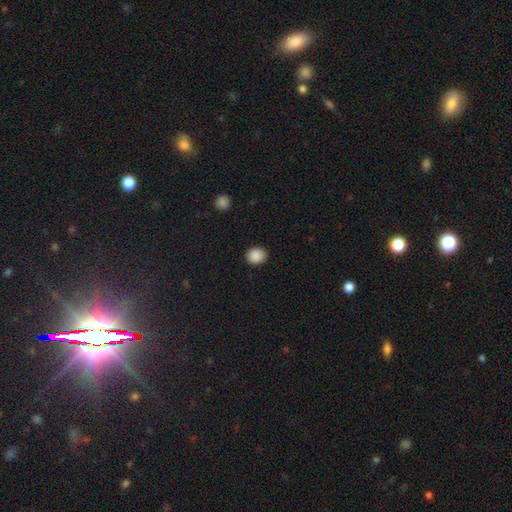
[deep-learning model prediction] Q: Smooth or featured?
A: smooth (89%); runner-up: star or artifact (9%)
Q: How rounded?
A: round (74%); runner-up: in between (26%)
Q: Merging?
A: none (90%); runner-up: minor disturbance (7%)